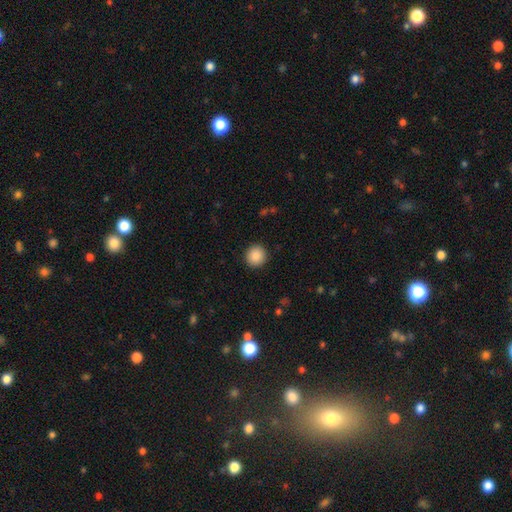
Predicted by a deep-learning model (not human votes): smooth_or_featured: smooth (p=0.89) [alt: star or artifact p=0.08]
how_rounded: round (p=0.94) [alt: in between p=0.05]
merging: none (p=0.92) [alt: minor disturbance p=0.05]